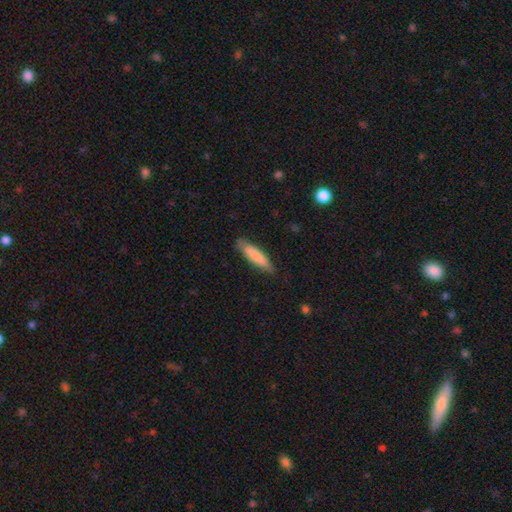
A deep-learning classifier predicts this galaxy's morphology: The model was most divided on "how rounded": cigar-shaped: 78%, in between: 20%, round: 1%. More confident: smooth or featured — smooth (80%); merging — none (80%).